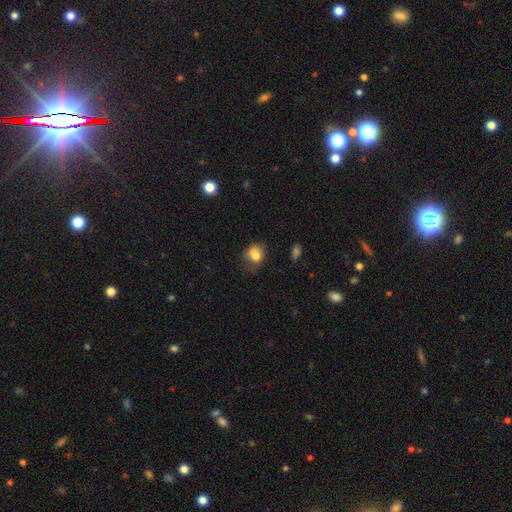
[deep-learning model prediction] Overall: smooth (76%). How rounded: in between (56%; round 43%). Merging: none (48%; minor disturbance 29%).